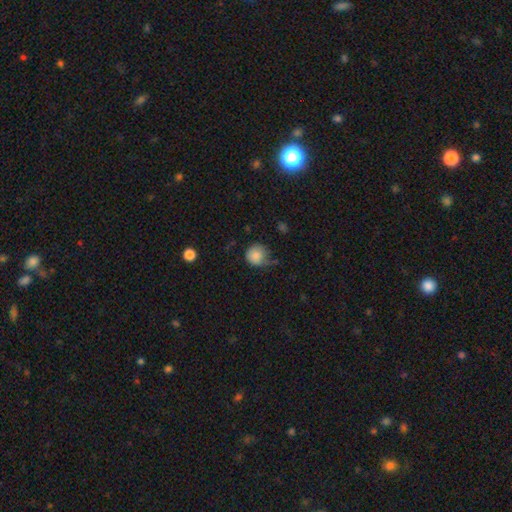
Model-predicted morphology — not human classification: Smooth or featured? Predicted: smooth (p=0.85). How rounded? Predicted: round (p=0.90). Merging? Predicted: none (p=0.51).